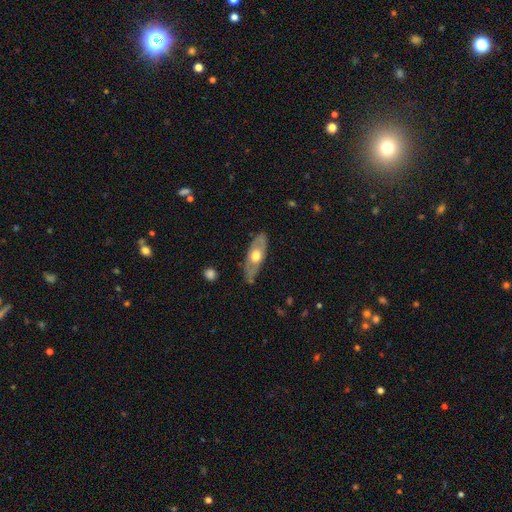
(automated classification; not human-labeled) This is possibly a featured or disk galaxy (53%). It is likely not viewed edge-on (65%). Merging: likely none (77%).